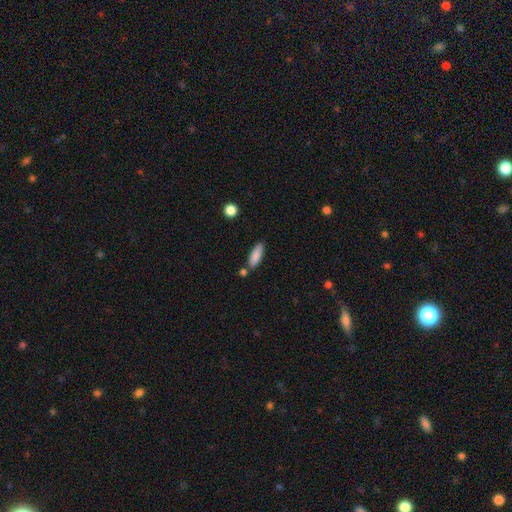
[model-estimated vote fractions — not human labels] smooth-or-featured: smooth: 86% | featured or disk: 7% | star or artifact: 7%
  how-rounded: in between: 55% | cigar-shaped: 43% | round: 2%
  merging: none: 75% | minor disturbance: 13% | merger: 9% | major disturbance: 3%